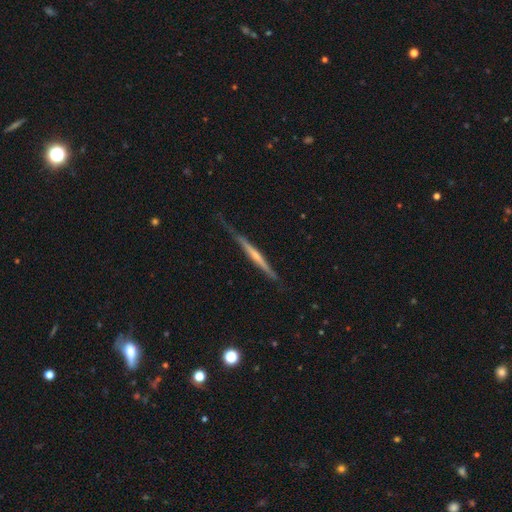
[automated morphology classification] featured or disk 70%, smooth 24%, star or artifact 5%. Down the decision tree: edge-on disk — yes (97%); edge-on bulge — rounded (50%); merging — none (67%).